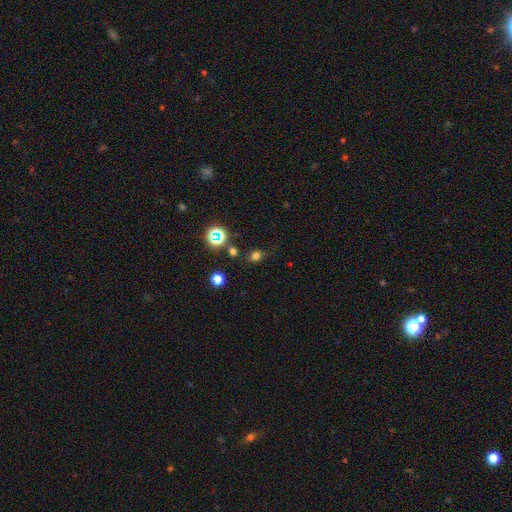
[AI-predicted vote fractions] A smooth galaxy with no disk features (68%) that is round (52%). Merging: none (74%).